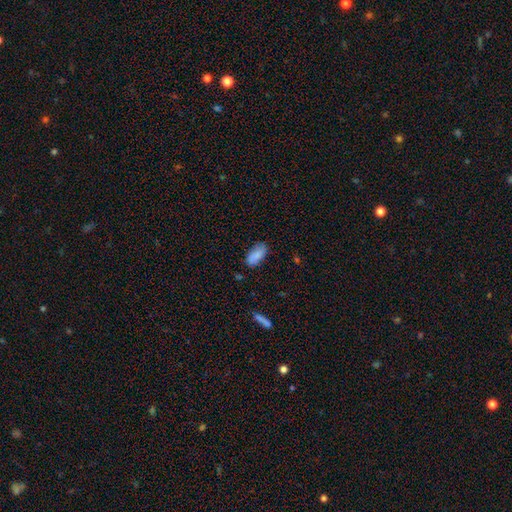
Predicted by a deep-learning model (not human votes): Smooth or featured? Predicted: smooth (p=0.84). How rounded? Predicted: in between (p=0.90). Merging? Predicted: none (p=0.76).